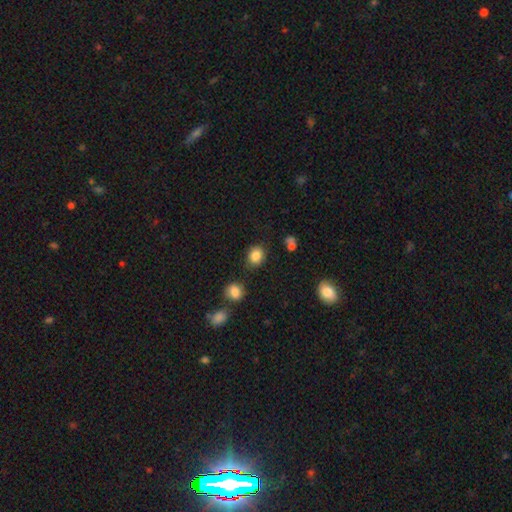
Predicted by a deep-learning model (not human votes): Q: Smooth or featured?
A: smooth (85%); runner-up: star or artifact (10%)
Q: How rounded?
A: round (67%); runner-up: in between (32%)
Q: Merging?
A: none (81%); runner-up: minor disturbance (12%)